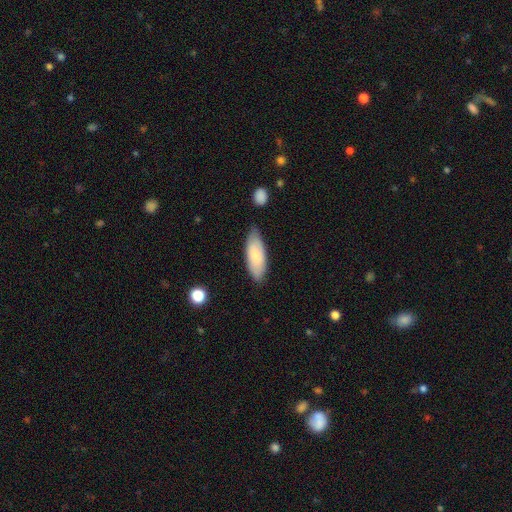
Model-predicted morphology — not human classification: Smooth or featured?
  - smooth: 77% *
  - featured or disk: 17%
  - star or artifact: 6%
How rounded?
  - in between: 71% *
  - cigar-shaped: 27%
  - round: 2%
Merging?
  - none: 72% *
  - minor disturbance: 21%
  - major disturbance: 4%
  - merger: 3%